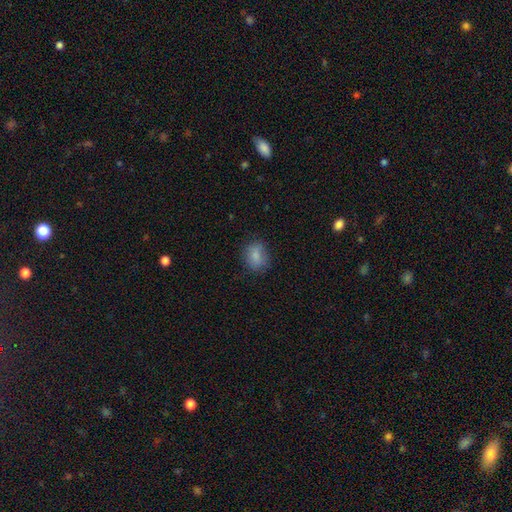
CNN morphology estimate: This is clearly a smooth galaxy (82%). How rounded: possibly in between (55%). Merging: likely none (78%).